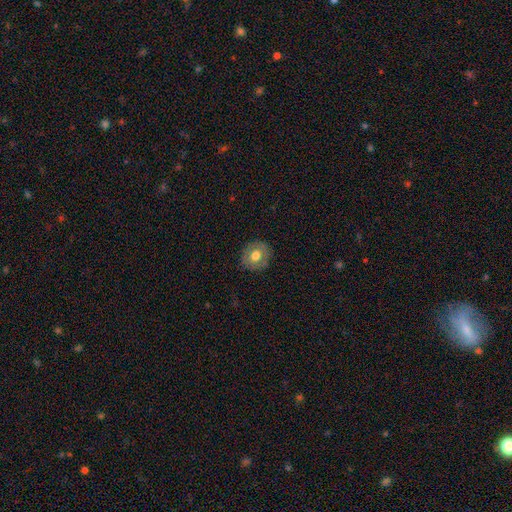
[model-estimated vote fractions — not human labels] This appears to be a smooth galaxy with no disk features (69%) that is round (80%). Merging: none (85%).